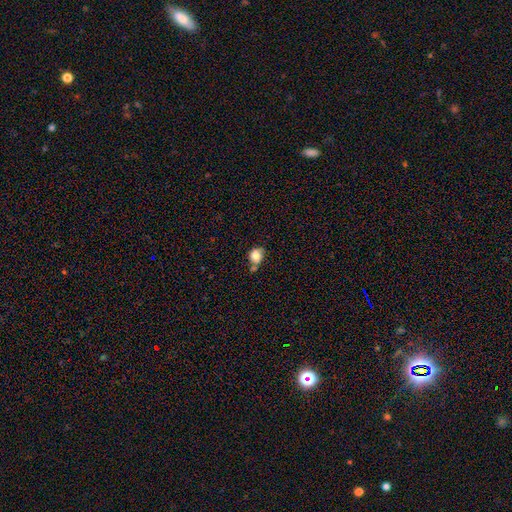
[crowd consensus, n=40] A smooth galaxy with no disk features (85%) that is round (76%). Merging: none (43%).